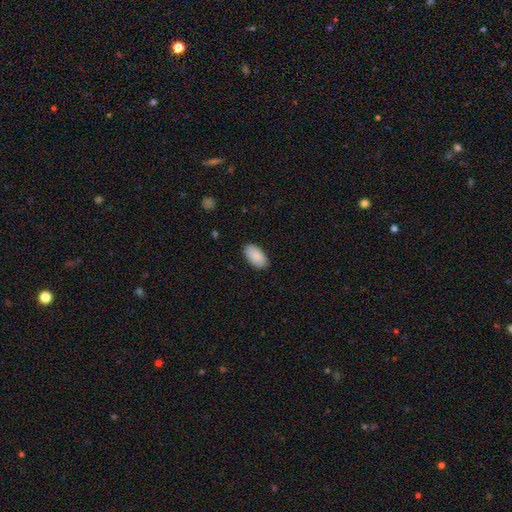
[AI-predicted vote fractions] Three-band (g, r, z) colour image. It shows a smooth galaxy with no disk features (90%) that is in between round and cigar-shaped (96%). Merging: none (88%).